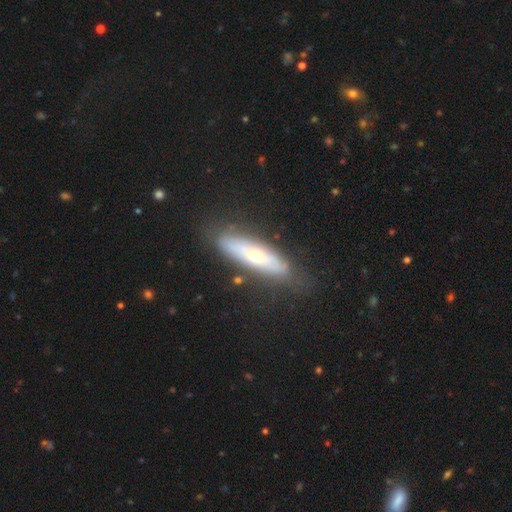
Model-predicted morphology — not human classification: smooth_or_featured: featured or disk (p=0.56) [alt: smooth p=0.37]
disk_edge_on: no (p=0.53) [alt: yes p=0.47]
merging: none (p=0.75) [alt: minor disturbance p=0.17]